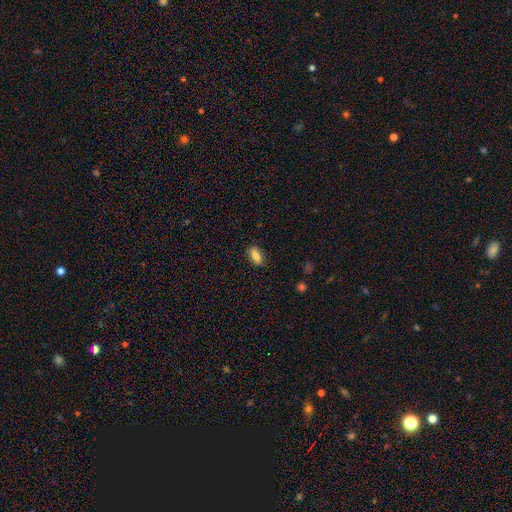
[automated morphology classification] A smooth galaxy with no disk features (81%) that is in between round and cigar-shaped (83%).

Vote fractions:
- Smooth or featured? smooth: 81% / featured or disk: 11% / star or artifact: 8%
- How rounded? in between: 83% / cigar-shaped: 12% / round: 5%
- Merging? none: 84% / minor disturbance: 12% / major disturbance: 3% / merger: 1%